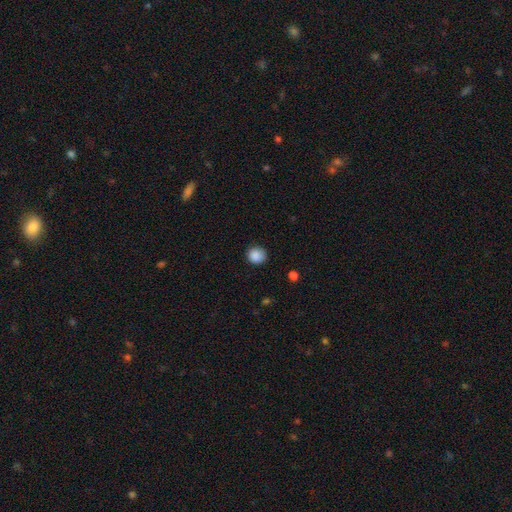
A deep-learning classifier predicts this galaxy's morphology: A smooth galaxy with no disk features (88%) that is round (88%). Merging: none (86%).